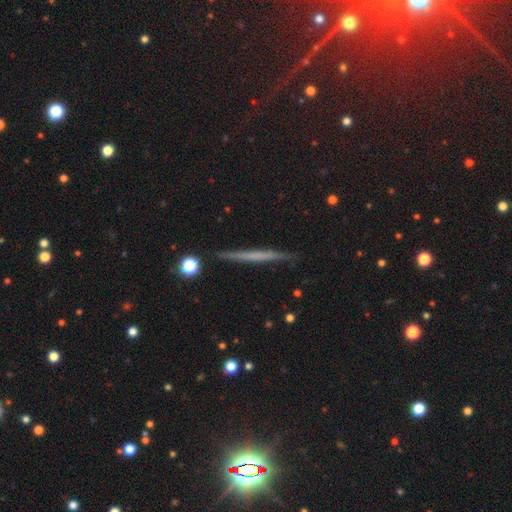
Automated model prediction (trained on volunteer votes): Morphology: type=featured or disk (51%); edge-on=yes (97%); merging=none (90%).